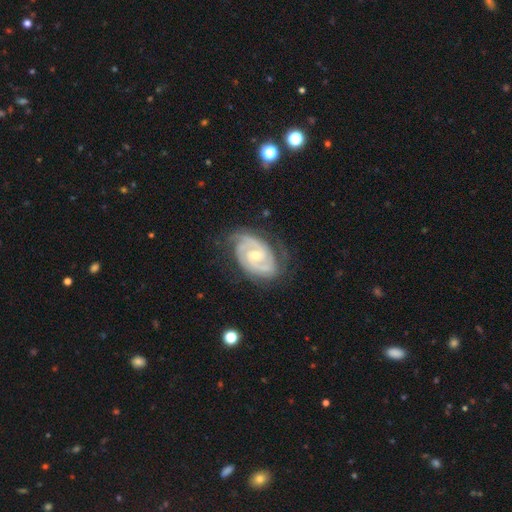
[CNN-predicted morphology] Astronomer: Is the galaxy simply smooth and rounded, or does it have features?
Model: featured or disk — 91%.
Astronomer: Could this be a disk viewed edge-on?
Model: no — 97%.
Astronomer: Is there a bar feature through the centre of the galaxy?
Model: no — 52% (runner-up: weak, 38%).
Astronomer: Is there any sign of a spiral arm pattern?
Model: yes — 98%.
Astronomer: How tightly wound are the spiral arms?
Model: tight — 67%.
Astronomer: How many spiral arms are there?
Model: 2 — 57%.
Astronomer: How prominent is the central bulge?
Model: moderate — 52% (runner-up: small, 45%).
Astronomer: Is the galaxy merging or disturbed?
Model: none — 73%.